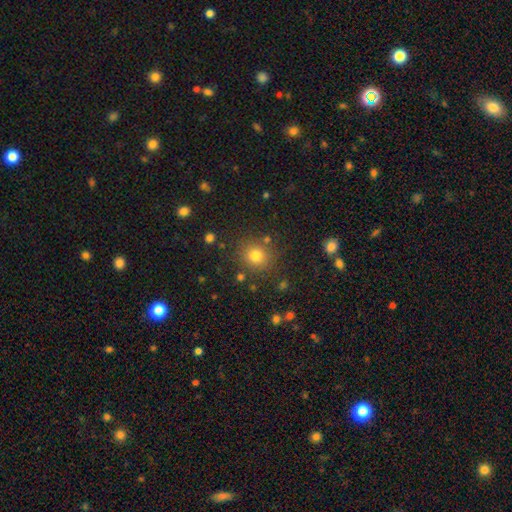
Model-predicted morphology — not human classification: type=smooth (77%); roundness=round (88%); merging=none (83%).